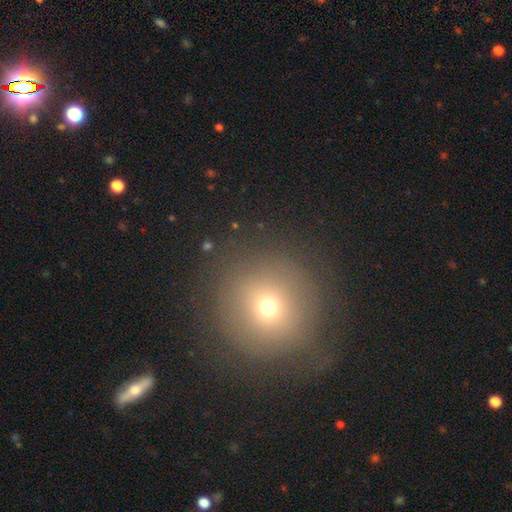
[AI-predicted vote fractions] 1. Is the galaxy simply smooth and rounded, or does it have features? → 61% smooth, 24% star or artifact, 14% featured or disk.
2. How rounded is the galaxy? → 94% round, 5% in between, 1% cigar-shaped.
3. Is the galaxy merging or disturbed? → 85% none, 9% minor disturbance, 4% major disturbance, 2% merger.